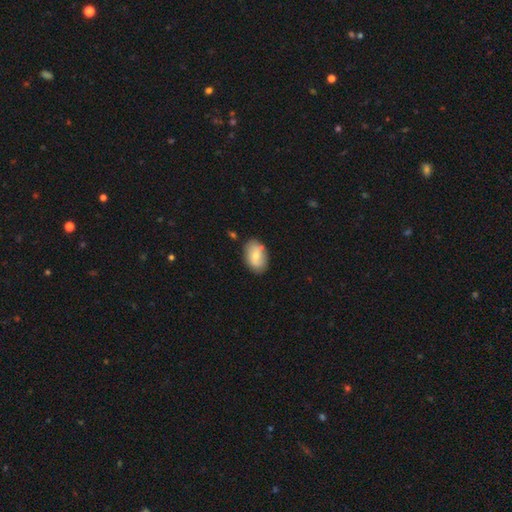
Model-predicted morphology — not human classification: type=smooth (65%); roundness=in between (88%); merging=none (79%).